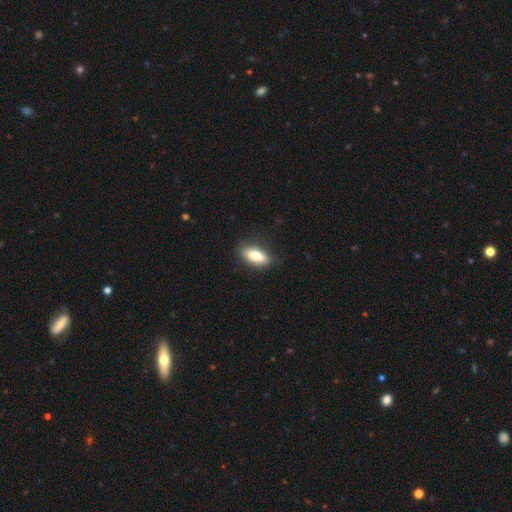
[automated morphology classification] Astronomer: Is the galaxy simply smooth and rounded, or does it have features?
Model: smooth — 82%.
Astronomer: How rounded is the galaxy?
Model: in between — 80%.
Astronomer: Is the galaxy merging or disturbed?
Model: none — 78%.